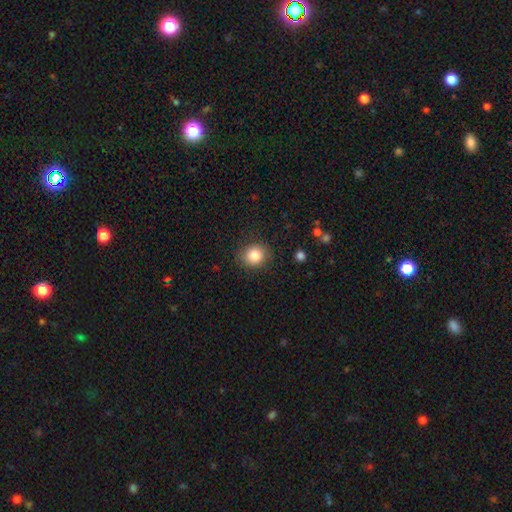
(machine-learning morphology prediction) This is clearly a smooth galaxy (84%). How rounded: likely round (75%). Merging: clearly none (86%).